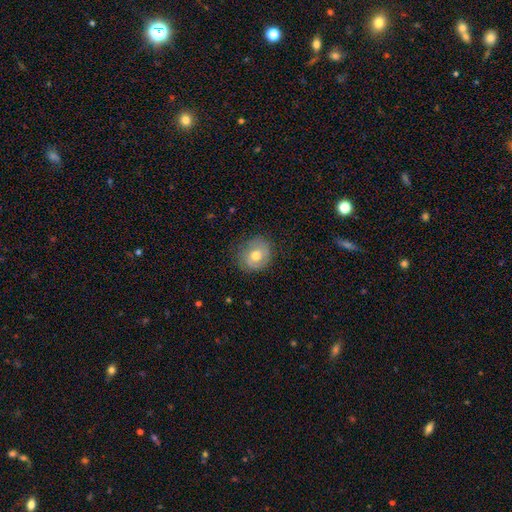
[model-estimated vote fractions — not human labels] The model was most divided on "smooth or featured": smooth: 65%, featured or disk: 26%, star or artifact: 9%. More confident: merging — none (75%); how rounded — round (75%).